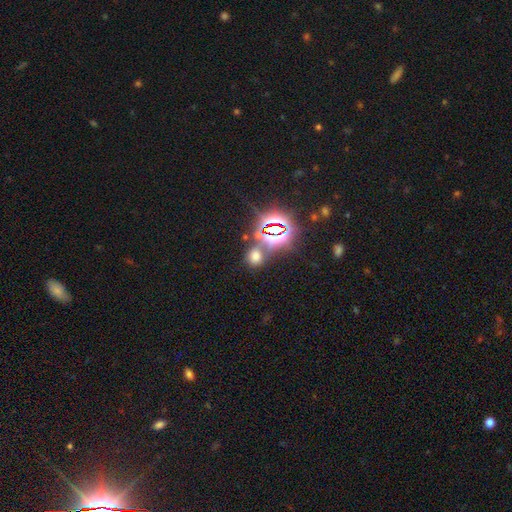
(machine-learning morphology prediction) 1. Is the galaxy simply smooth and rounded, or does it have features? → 51% smooth, 41% star or artifact, 7% featured or disk.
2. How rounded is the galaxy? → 68% round, 30% in between, 2% cigar-shaped.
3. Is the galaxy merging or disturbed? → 67% none, 17% merger, 11% minor disturbance, 5% major disturbance.